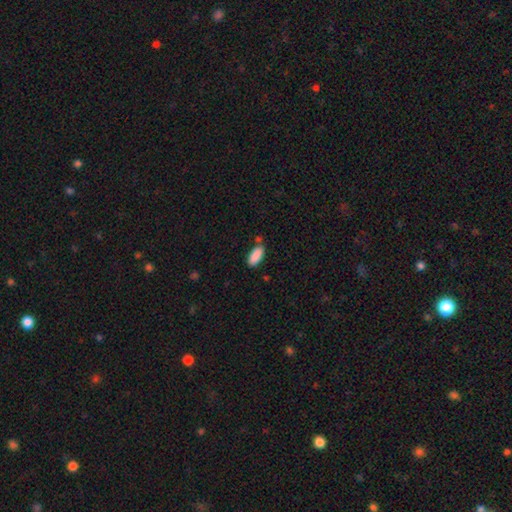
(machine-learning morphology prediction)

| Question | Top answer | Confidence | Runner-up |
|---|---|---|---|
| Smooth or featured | smooth | 89% | star or artifact (7%) |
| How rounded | in between | 85% | cigar-shaped (13%) |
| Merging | none | 75% | minor disturbance (15%) |